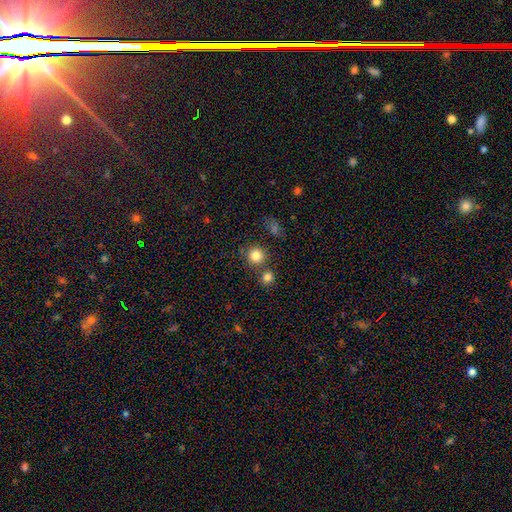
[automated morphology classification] smooth_or_featured: smooth (p=0.83) [alt: star or artifact p=0.12]
how_rounded: round (p=0.92) [alt: in between p=0.07]
merging: none (p=0.72) [alt: merger p=0.17]